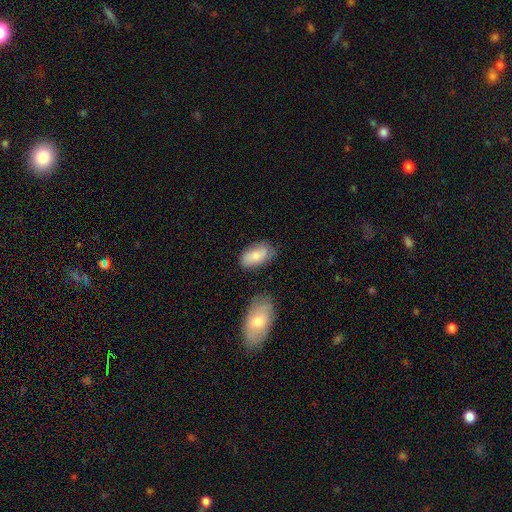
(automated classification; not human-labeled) smooth 73%, featured or disk 20%, star or artifact 7%. Down the decision tree: how rounded — in between (93%); merging — none (66%).